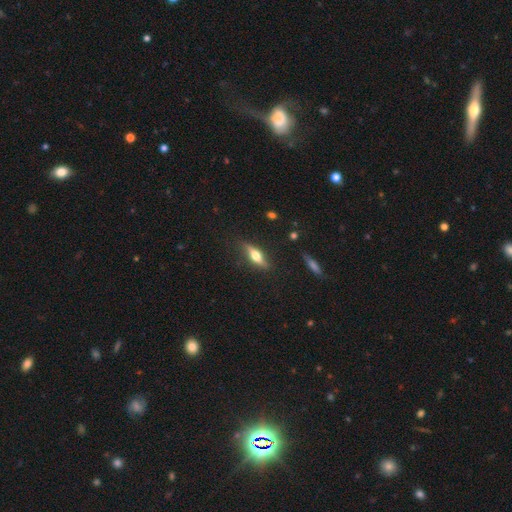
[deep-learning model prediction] Smooth or featured: featured or disk — 48% (smooth — 45%)
Merging: none — 80% (minor disturbance — 15%)